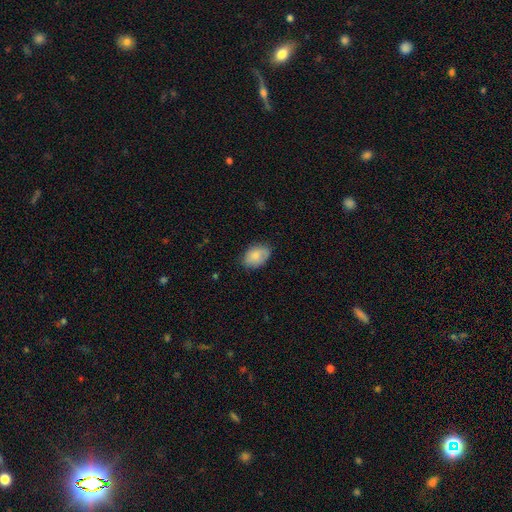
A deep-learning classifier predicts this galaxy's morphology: A smooth galaxy with no disk features (82%) that is in between round and cigar-shaped (87%).

Vote fractions:
- Smooth or featured? smooth: 82% / featured or disk: 12% / star or artifact: 7%
- How rounded? in between: 87% / round: 12% / cigar-shaped: 1%
- Merging? none: 74% / minor disturbance: 21% / major disturbance: 4% / merger: 1%